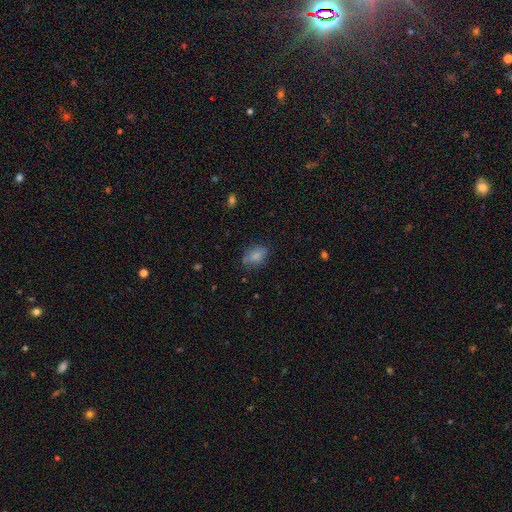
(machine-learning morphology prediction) type=smooth (81%); roundness=in between (79%); merging=none (71%).